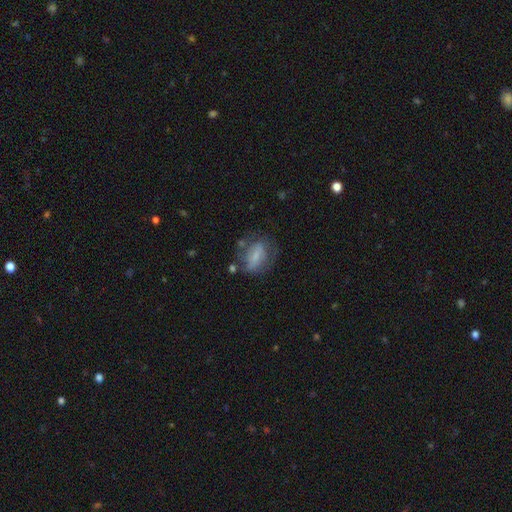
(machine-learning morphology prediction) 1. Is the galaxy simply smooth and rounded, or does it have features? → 49% smooth, 42% featured or disk, 9% star or artifact.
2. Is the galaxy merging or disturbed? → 51% none, 24% minor disturbance, 19% major disturbance, 6% merger.